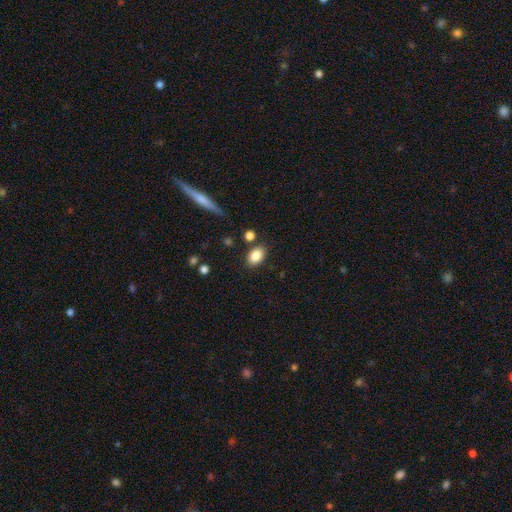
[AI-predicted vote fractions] Smooth or featured?
  - smooth: 85% *
  - star or artifact: 9%
  - featured or disk: 7%
How rounded?
  - in between: 83% *
  - round: 15%
  - cigar-shaped: 2%
Merging?
  - none: 81% *
  - minor disturbance: 11%
  - merger: 5%
  - major disturbance: 3%